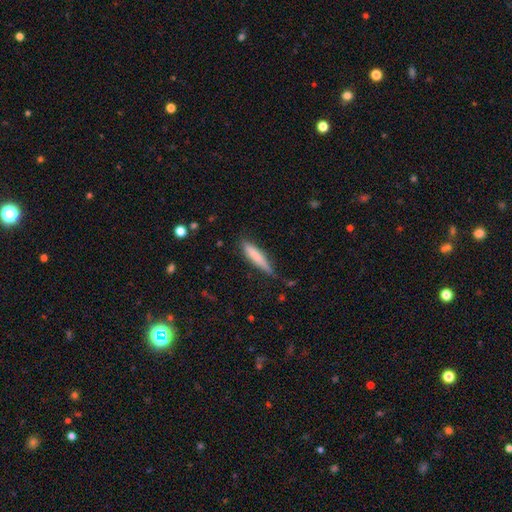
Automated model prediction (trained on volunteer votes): smooth 77%, featured or disk 17%, star or artifact 6%. Down the decision tree: how rounded — cigar-shaped (86%); merging — none (73%).